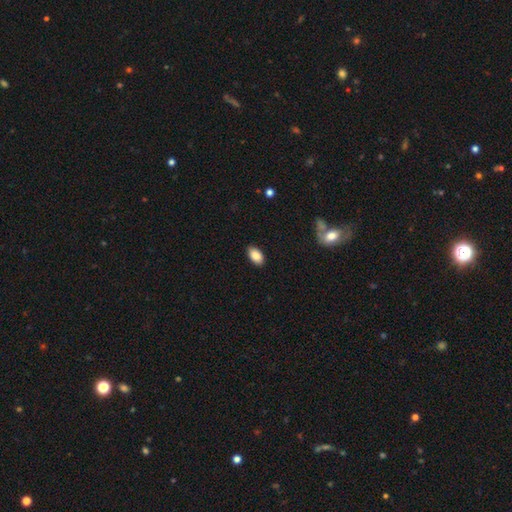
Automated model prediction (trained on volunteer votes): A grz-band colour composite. It shows a smooth galaxy with no disk features (87%) that is in between round and cigar-shaped (94%). Merging: none (87%).